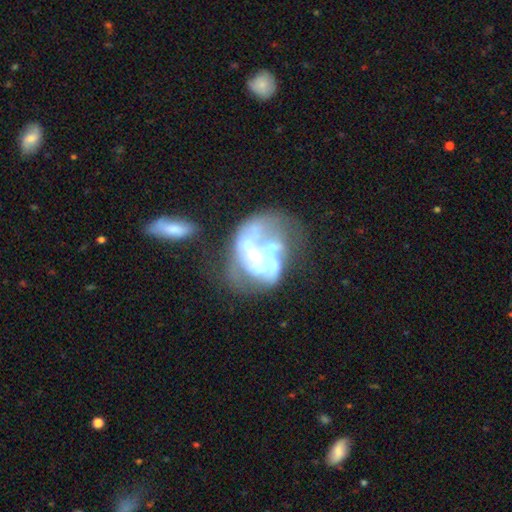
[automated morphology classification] smooth_or_featured: featured or disk (p=0.74) [alt: smooth p=0.16]
disk_edge_on: no (p=0.98) [alt: yes p=0.02]
bar: no (p=0.74) [alt: weak p=0.20]
has_spiral_arms: no (p=0.56) [alt: yes p=0.44]
bulge_size: small (p=0.39) [alt: moderate p=0.37]
merging: merger (p=0.34) [alt: major disturbance p=0.33]